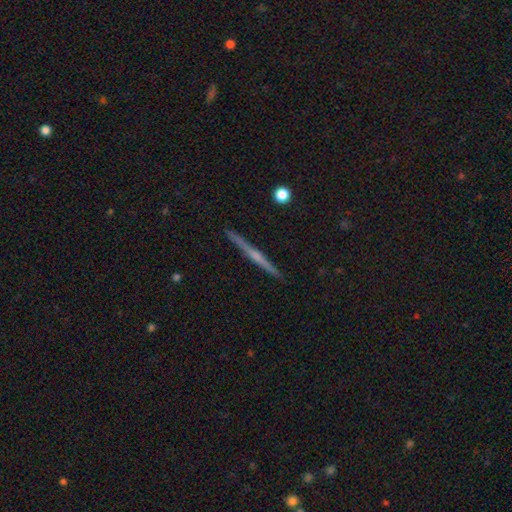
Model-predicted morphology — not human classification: The model was most divided on "edge-on bulge": rounded: 60%, none: 33%, boxy: 8%. More confident: edge-on disk — yes (98%); merging — none (92%); smooth or featured — featured or disk (71%).